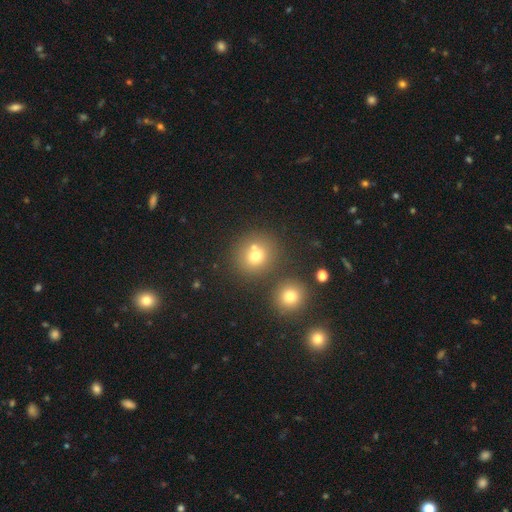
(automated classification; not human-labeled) smooth_or_featured: smooth (p=0.72) [alt: star or artifact p=0.16]
how_rounded: round (p=0.87) [alt: in between p=0.12]
merging: none (p=0.66) [alt: merger p=0.22]